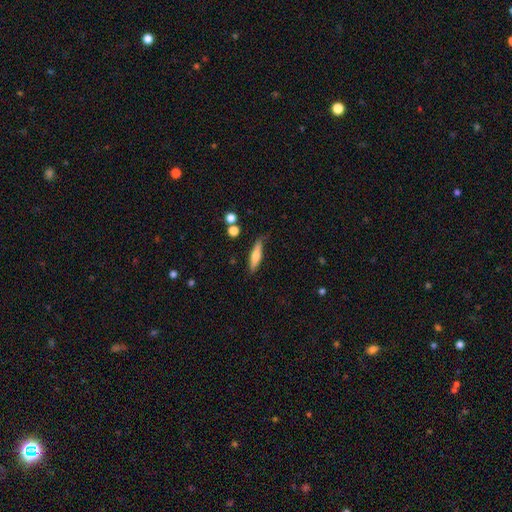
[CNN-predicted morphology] Smooth or featured? smooth (62%)
How rounded? cigar-shaped (75%)
Merging? none (78%)